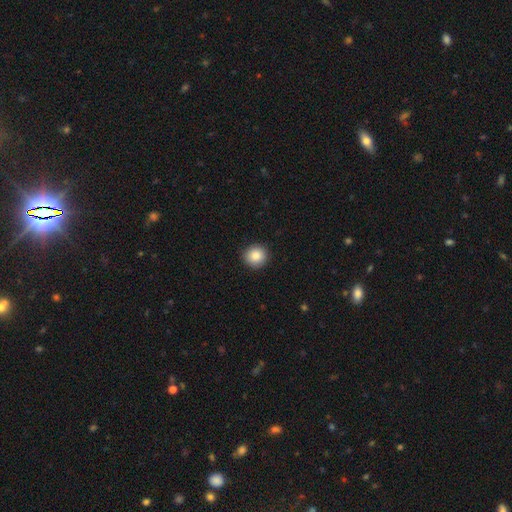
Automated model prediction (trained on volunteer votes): This is clearly a smooth galaxy (86%). How rounded: clearly round (92%). Merging: clearly none (91%).